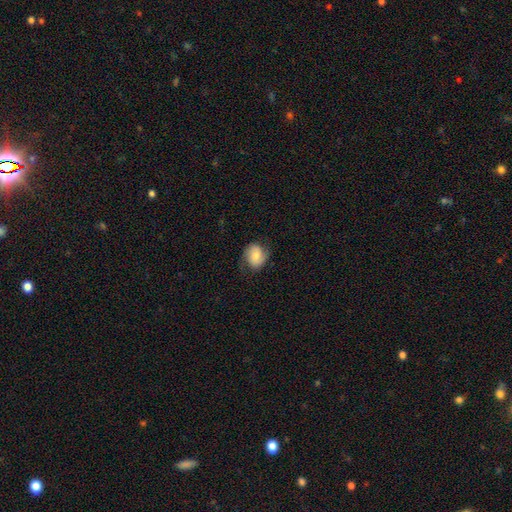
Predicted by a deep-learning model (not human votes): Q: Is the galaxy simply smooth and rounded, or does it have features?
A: smooth — 59%.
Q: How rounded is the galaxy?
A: in between — 50%.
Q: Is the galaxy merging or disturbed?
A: none — 71%.